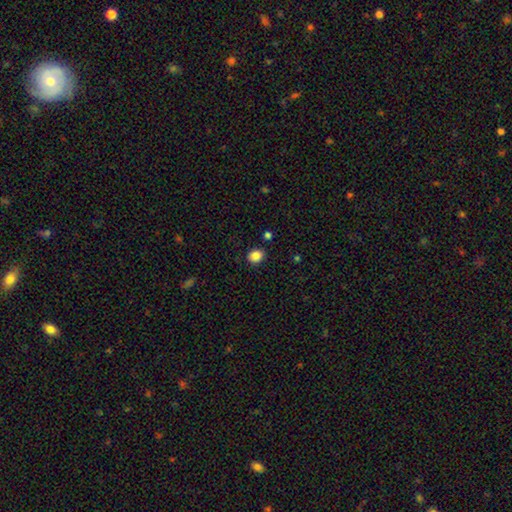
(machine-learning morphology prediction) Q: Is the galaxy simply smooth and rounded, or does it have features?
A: smooth — 86%.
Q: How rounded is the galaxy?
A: round — 61%.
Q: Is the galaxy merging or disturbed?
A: none — 88%.